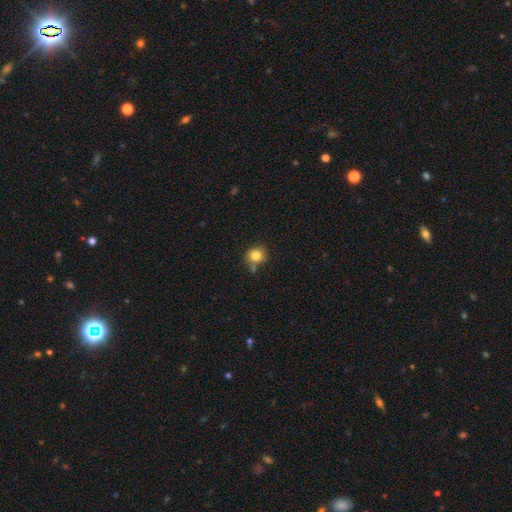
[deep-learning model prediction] Smooth or featured: smooth — 82% (star or artifact — 11%)
How rounded: round — 84% (in between — 15%)
Merging: none — 71% (minor disturbance — 14%)